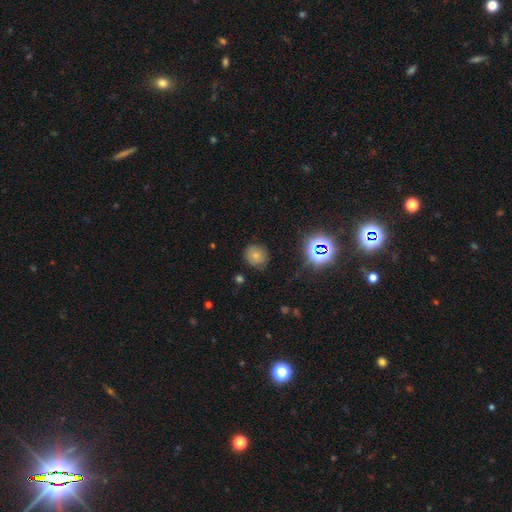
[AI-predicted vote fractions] The model was most divided on "smooth or featured": smooth: 70%, star or artifact: 18%, featured or disk: 11%. More confident: how rounded — round (87%); merging — none (81%).